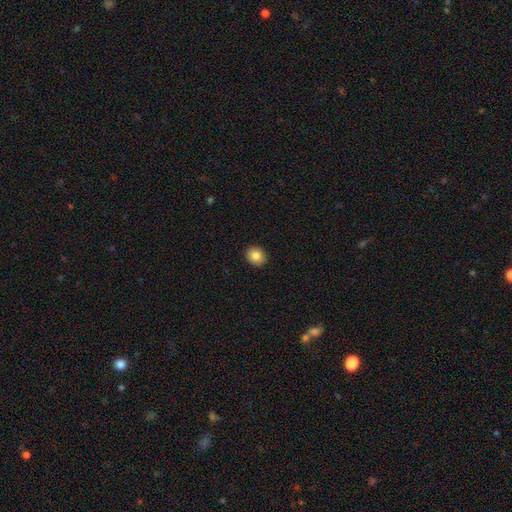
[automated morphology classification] Smooth or featured: smooth — 83% (star or artifact — 9%)
How rounded: round — 67% (in between — 33%)
Merging: none — 92% (minor disturbance — 6%)